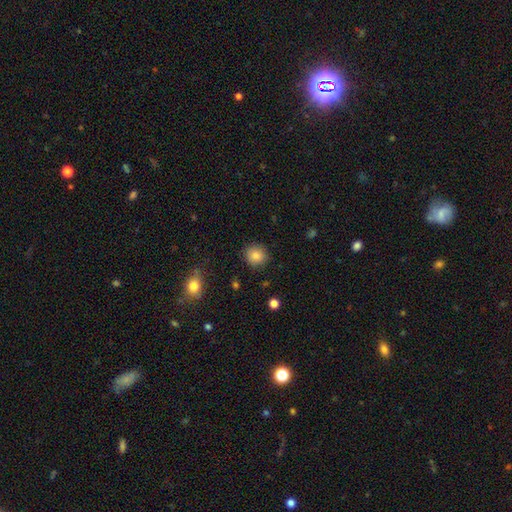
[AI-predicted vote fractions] smooth 85%, star or artifact 10%, featured or disk 5%. Down the decision tree: how rounded — round (88%); merging — none (89%).